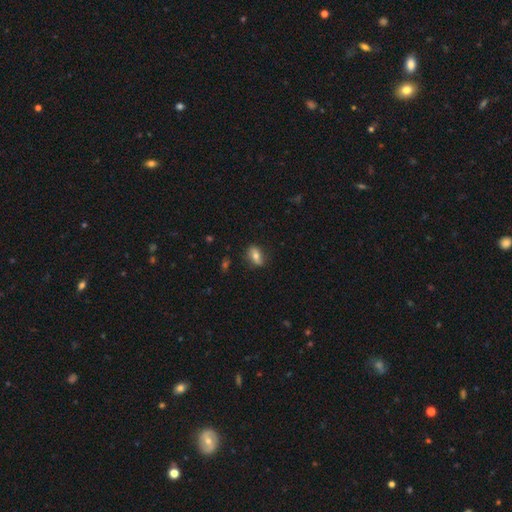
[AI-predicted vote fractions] The model was most divided on "smooth or featured": smooth: 64%, featured or disk: 28%, star or artifact: 9%. More confident: how rounded — in between (82%); merging — none (76%).